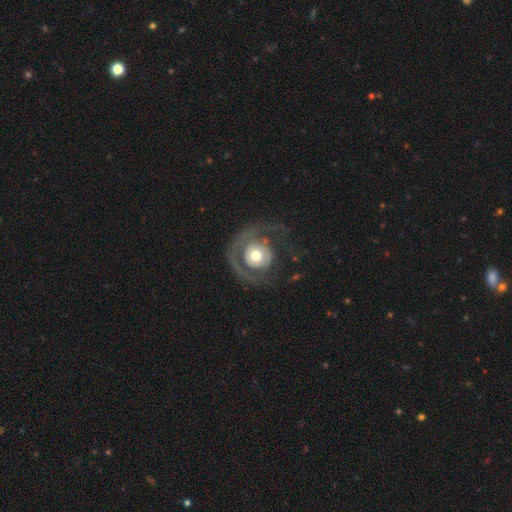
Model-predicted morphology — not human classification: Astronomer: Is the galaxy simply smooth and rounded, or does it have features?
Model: featured or disk — 60%.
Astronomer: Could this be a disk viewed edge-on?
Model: no — 97%.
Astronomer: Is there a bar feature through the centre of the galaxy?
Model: no — 84%.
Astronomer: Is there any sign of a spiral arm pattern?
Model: yes — 58% (runner-up: no, 42%).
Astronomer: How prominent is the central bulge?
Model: moderate — 63%.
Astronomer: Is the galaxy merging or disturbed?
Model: none — 43% (runner-up: major disturbance, 38%).